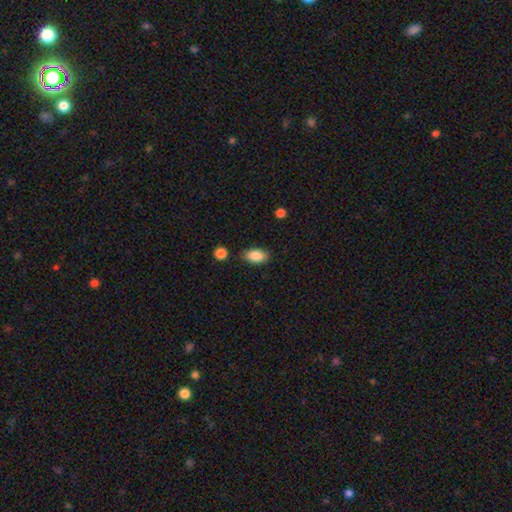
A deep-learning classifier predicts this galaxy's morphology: type=smooth (87%); roundness=in between (91%); merging=none (83%).